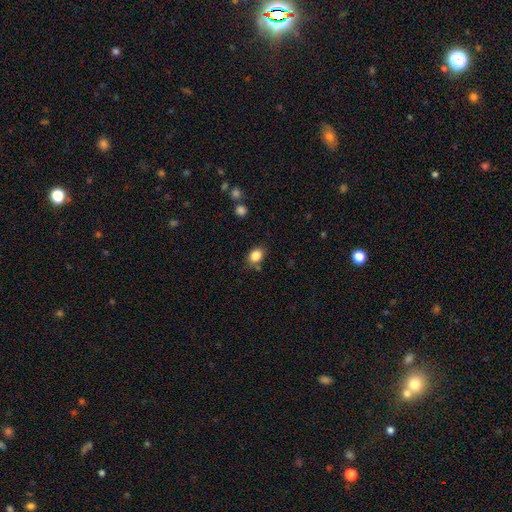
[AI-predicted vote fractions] Smooth or featured? Predicted: smooth (p=0.85). How rounded? Predicted: in between (p=0.60). Merging? Predicted: none (p=0.77).